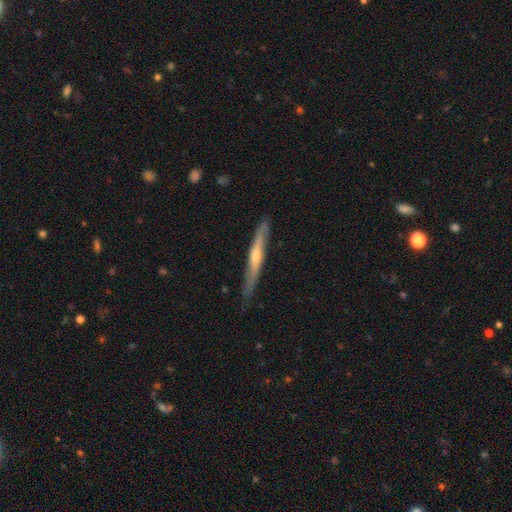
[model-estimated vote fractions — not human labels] Smooth or featured? featured or disk (62%)
Edge-on disk? yes (90%)
Edge-on bulge? rounded (61%)
Merging? none (76%)